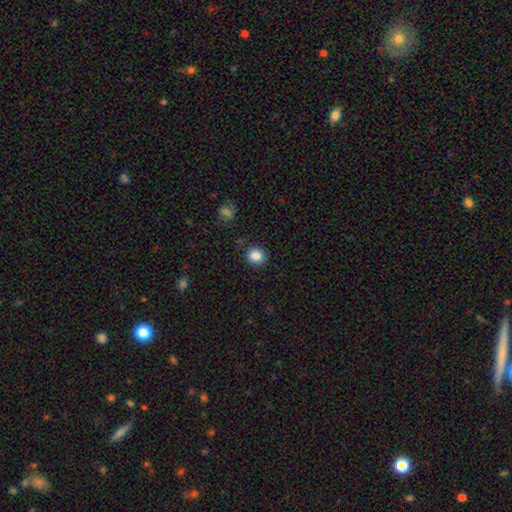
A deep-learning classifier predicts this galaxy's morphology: smooth_or_featured: smooth (p=0.86) [alt: star or artifact p=0.10]
how_rounded: round (p=0.83) [alt: in between p=0.16]
merging: none (p=0.86) [alt: minor disturbance p=0.08]